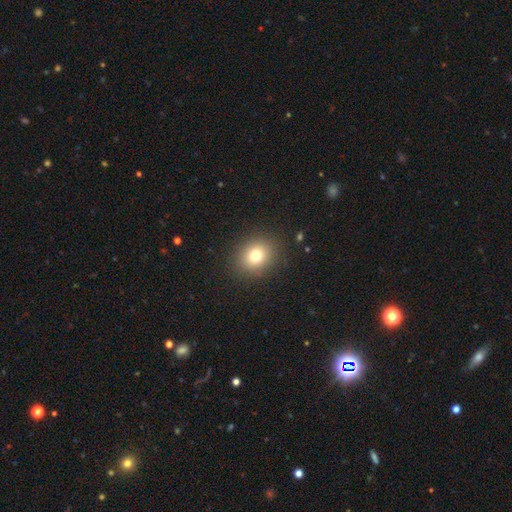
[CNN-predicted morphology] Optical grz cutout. It shows a smooth galaxy with no disk features (77%) that is round (65%). Merging: none (88%).